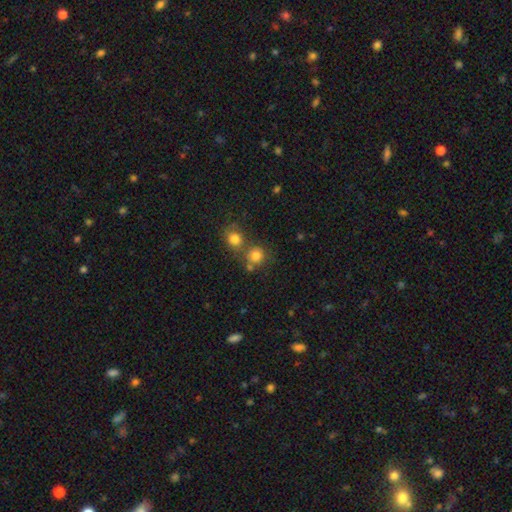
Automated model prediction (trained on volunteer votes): smooth 79%, star or artifact 13%, featured or disk 8%. Down the decision tree: how rounded — round (87%); merging — none (57%).